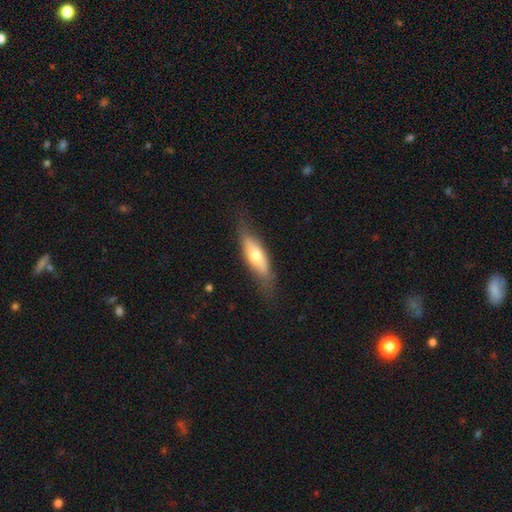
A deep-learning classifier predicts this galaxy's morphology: Smooth or featured? smooth (53%)
How rounded? in between (52%)
Merging? none (70%)